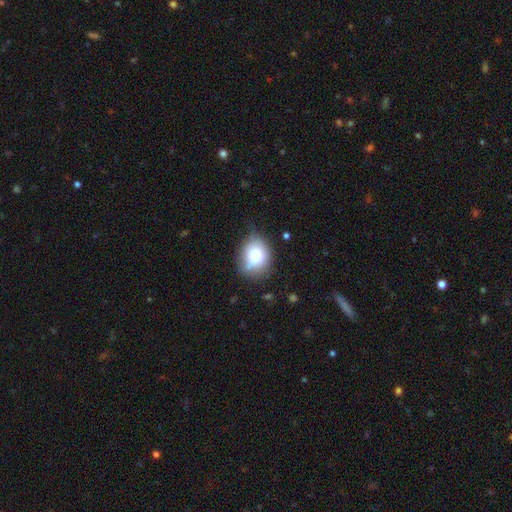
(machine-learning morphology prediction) This appears to be a smooth galaxy with no disk features (73%) that is round (64%). Merging: none (64%).